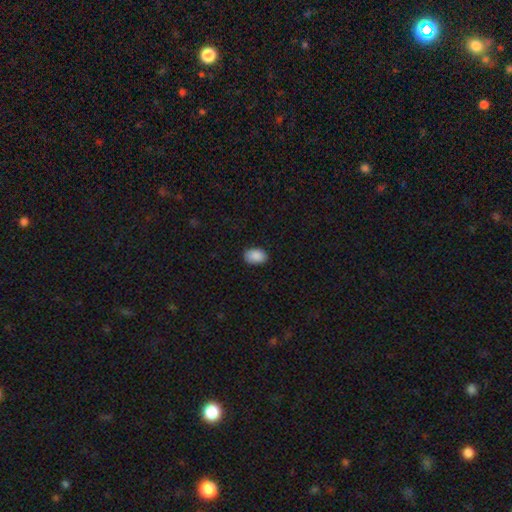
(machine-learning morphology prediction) The model was most divided on "merging": none: 87%, minor disturbance: 10%, major disturbance: 2%, merger: 1%. More confident: smooth or featured — smooth (90%); how rounded — in between (89%).